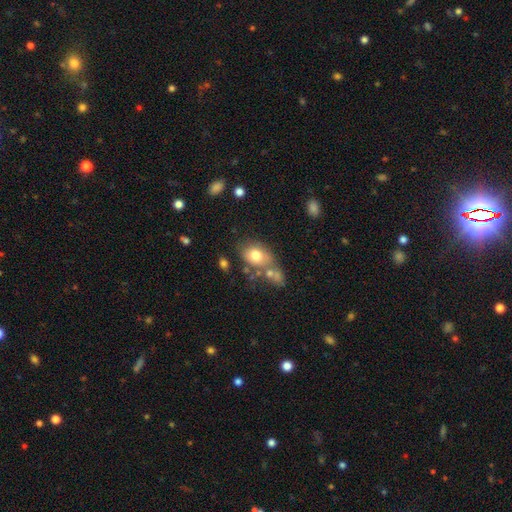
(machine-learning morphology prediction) This appears to be a smooth galaxy with no disk features (74%) that is in between round and cigar-shaped (72%). Merging: none (43%).